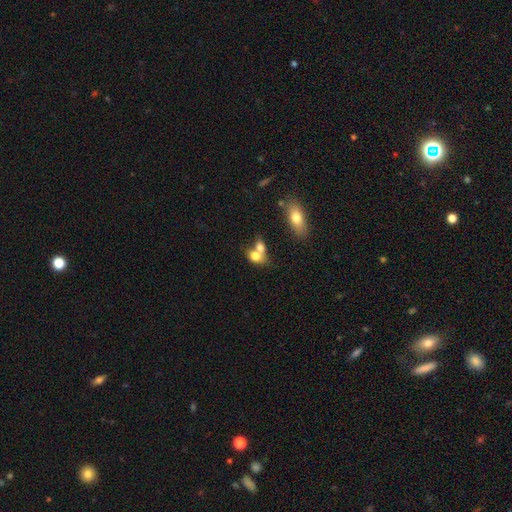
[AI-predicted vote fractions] Smooth or featured: smooth — 75% (featured or disk — 16%)
How rounded: in between — 67% (round — 30%)
Merging: merger — 64% (none — 23%)